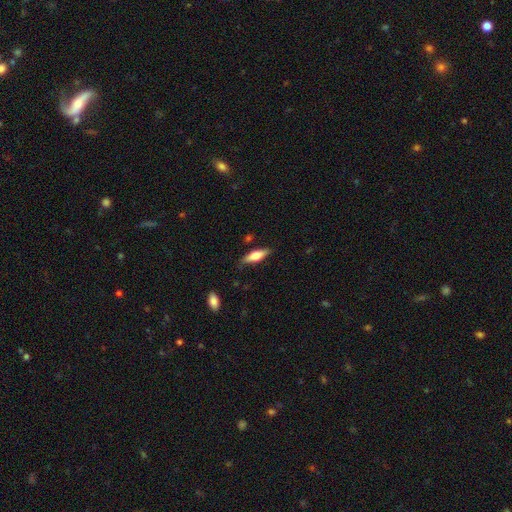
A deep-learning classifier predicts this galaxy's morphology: type=smooth (60%); roundness=cigar-shaped (49%, tied with in between); merging=none (78%).